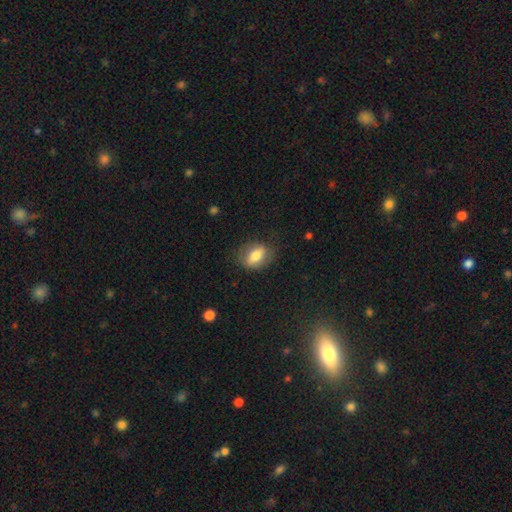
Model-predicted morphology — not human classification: smooth_or_featured: smooth (p=0.70) [alt: featured or disk p=0.22]
how_rounded: in between (p=0.79) [alt: round p=0.16]
merging: none (p=0.74) [alt: minor disturbance p=0.18]